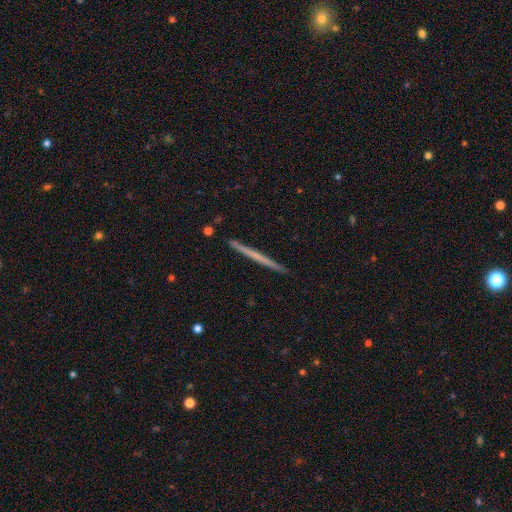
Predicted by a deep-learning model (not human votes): Overall: featured or disk (49%; smooth 45%). Merging: none (93%).